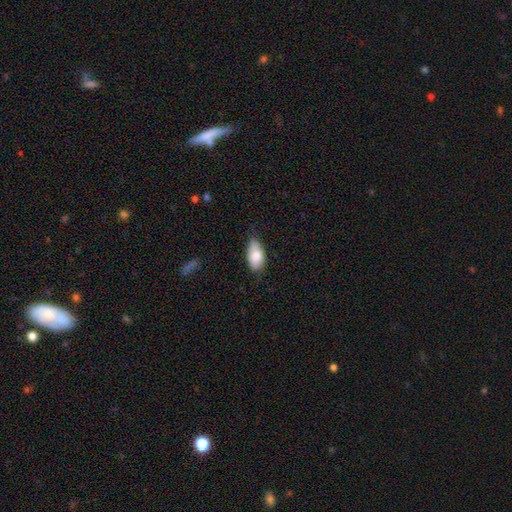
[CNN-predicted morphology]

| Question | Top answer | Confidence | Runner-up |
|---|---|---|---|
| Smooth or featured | smooth | 82% | featured or disk (11%) |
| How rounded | in between | 93% | round (3%) |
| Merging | none | 71% | minor disturbance (24%) |